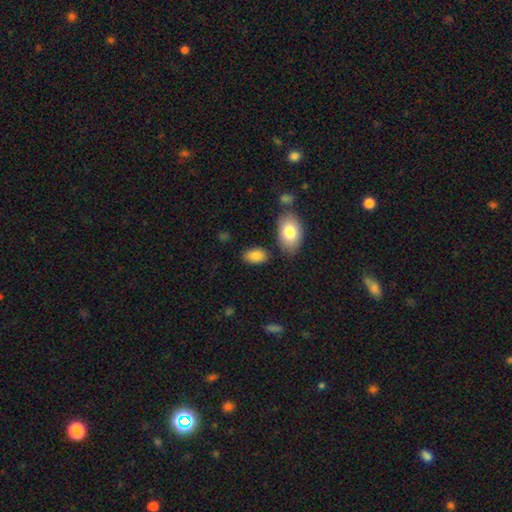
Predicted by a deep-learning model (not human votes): Overall: smooth (86%). How rounded: in between (93%). Merging: none (78%).